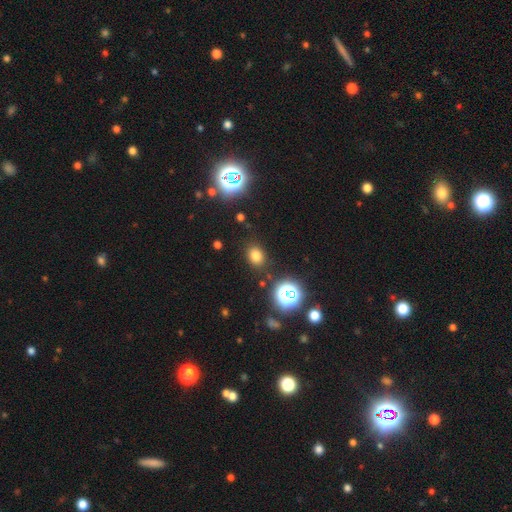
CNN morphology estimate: smooth 74%, star or artifact 20%, featured or disk 7%. Down the decision tree: how rounded — round (51%); merging — none (84%).